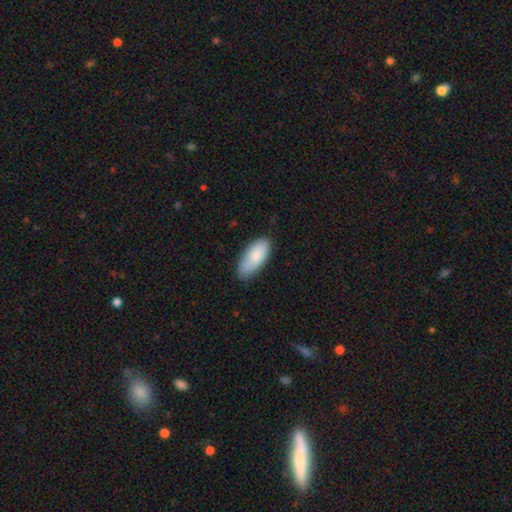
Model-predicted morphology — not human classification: smooth_or_featured: smooth (p=0.85) [alt: featured or disk p=0.09]
how_rounded: in between (p=0.88) [alt: cigar-shaped p=0.10]
merging: none (p=0.78) [alt: minor disturbance p=0.18]